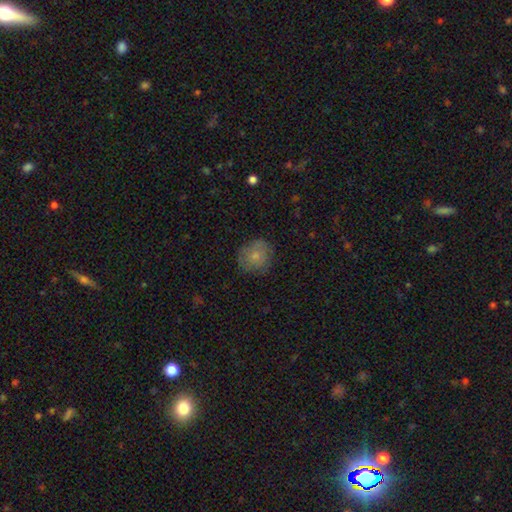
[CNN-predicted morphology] This appears to be a smooth galaxy with no disk features (77%) that is round (86%). Merging: none (77%).